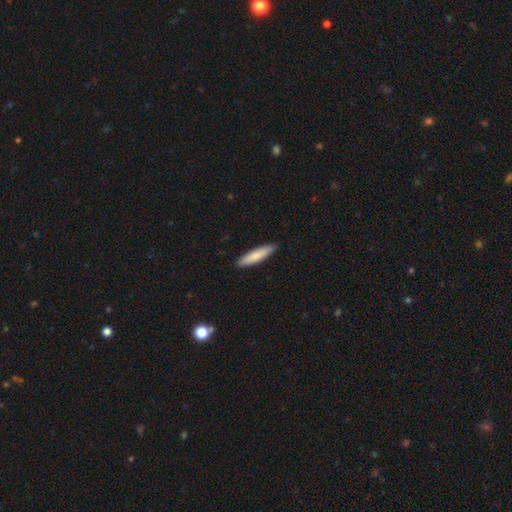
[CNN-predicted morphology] Q: Smooth or featured?
A: smooth (80%); runner-up: featured or disk (15%)
Q: How rounded?
A: cigar-shaped (81%); runner-up: in between (18%)
Q: Merging?
A: none (89%); runner-up: minor disturbance (9%)